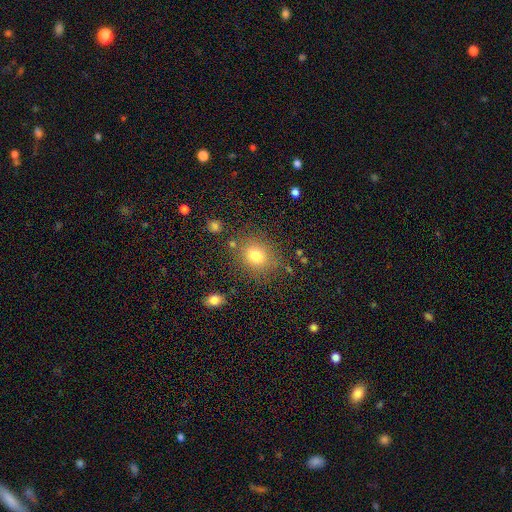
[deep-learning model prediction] The model was most divided on "how rounded": round: 68%, in between: 31%, cigar-shaped: 1%. More confident: merging — none (80%); smooth or featured — smooth (77%).